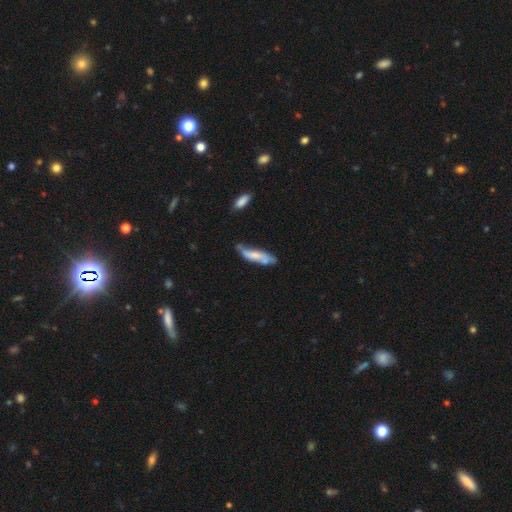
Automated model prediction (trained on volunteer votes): Smooth or featured? smooth (55%)
How rounded? cigar-shaped (64%)
Merging? none (44%)